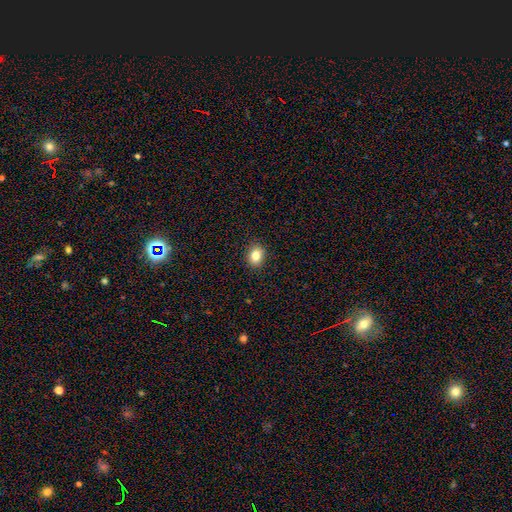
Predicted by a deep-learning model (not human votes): smooth 81%, star or artifact 11%, featured or disk 8%. Down the decision tree: how rounded — round (51%); merging — none (90%).